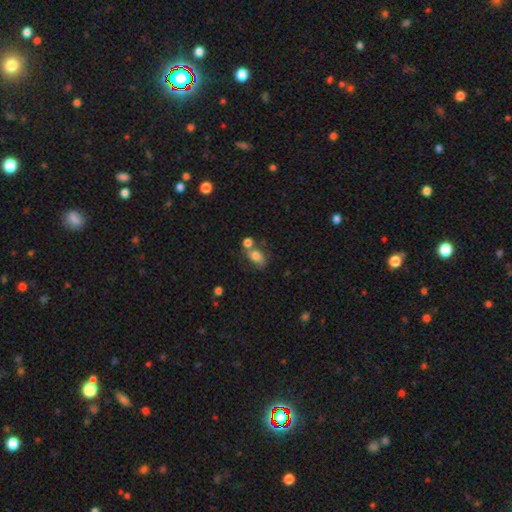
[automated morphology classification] A smooth galaxy with no disk features (78%) that is in between round and cigar-shaped (80%).

Vote fractions:
- Smooth or featured? smooth: 78% / featured or disk: 12% / star or artifact: 10%
- How rounded? in between: 80% / round: 17% / cigar-shaped: 4%
- Merging? none: 47% / merger: 32% / minor disturbance: 15% / major disturbance: 6%